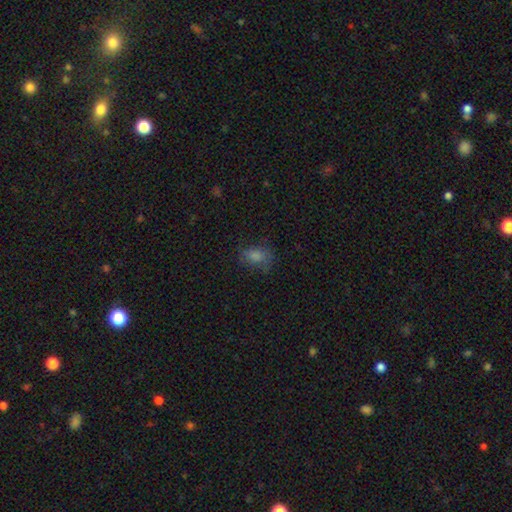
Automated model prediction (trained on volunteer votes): Smooth or featured? smooth (68%)
How rounded? in between (73%)
Merging? none (67%)